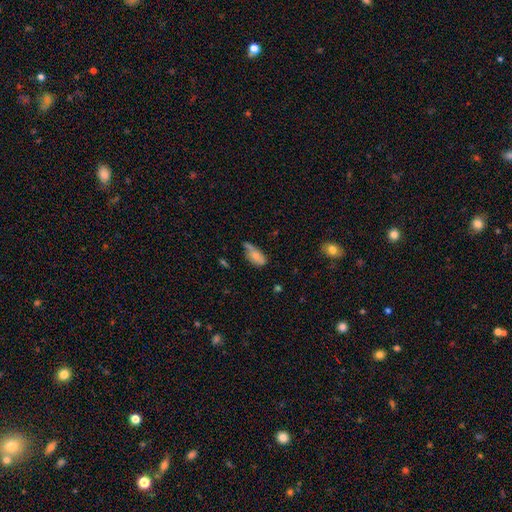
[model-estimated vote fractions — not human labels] Morphology: type=smooth (70%); roundness=in between (88%); merging=minor disturbance (38%).